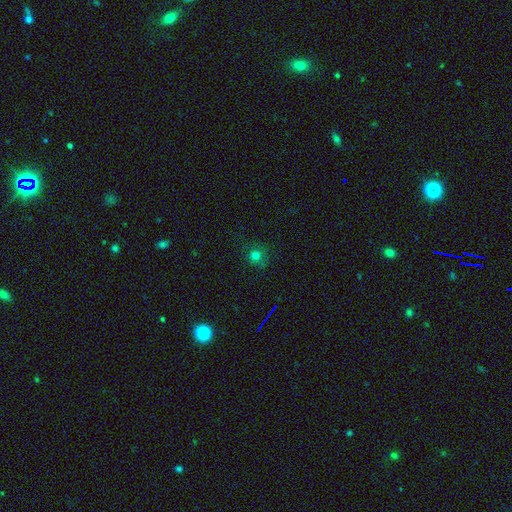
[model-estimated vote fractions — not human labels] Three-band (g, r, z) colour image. It shows a smooth galaxy with no disk features (73%) that is round (89%). Merging: none (80%).